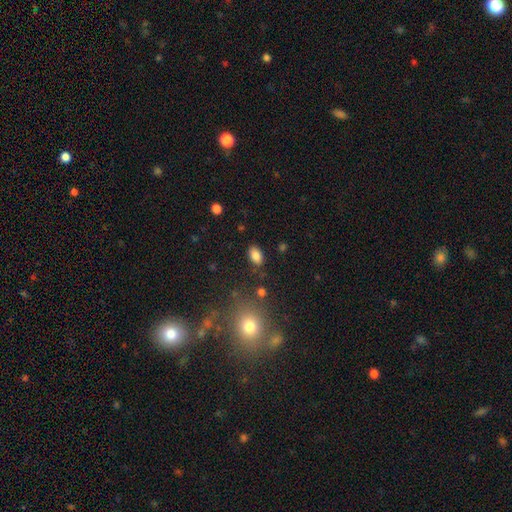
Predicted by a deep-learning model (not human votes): A smooth galaxy with no disk features (84%) that is in between round and cigar-shaped (89%).

Vote fractions:
- Smooth or featured? smooth: 84% / star or artifact: 10% / featured or disk: 6%
- How rounded? in between: 89% / round: 10% / cigar-shaped: 2%
- Merging? none: 84% / minor disturbance: 11% / major disturbance: 3% / merger: 2%